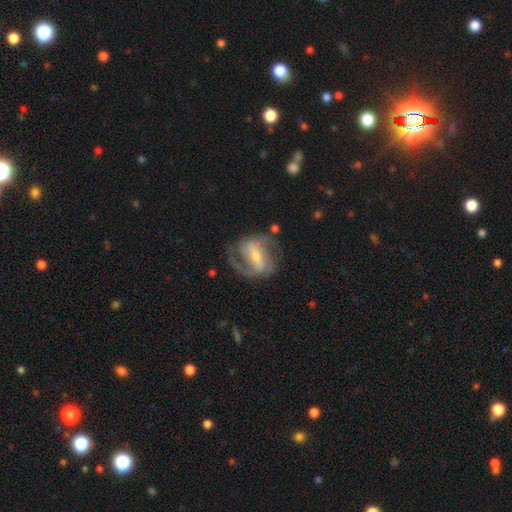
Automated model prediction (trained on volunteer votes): Smooth or featured? Predicted: featured or disk (p=0.86). Edge-on disk? Predicted: no (p=0.97). Bar? Predicted: strong (p=0.55). Spiral arms? Predicted: yes (p=0.94). Spiral winding? Predicted: medium (p=0.51). Spiral arm count? Predicted: 2 (p=0.77). Bulge size? Predicted: moderate (p=0.49). Merging? Predicted: none (p=0.65).